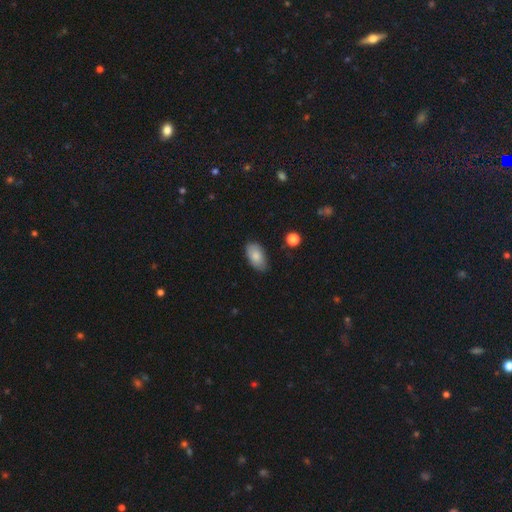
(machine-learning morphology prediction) A smooth galaxy with no disk features (82%) that is in between round and cigar-shaped (93%).

Vote fractions:
- Smooth or featured? smooth: 82% / featured or disk: 11% / star or artifact: 7%
- How rounded? in between: 93% / round: 5% / cigar-shaped: 2%
- Merging? none: 79% / minor disturbance: 17% / major disturbance: 3% / merger: 1%